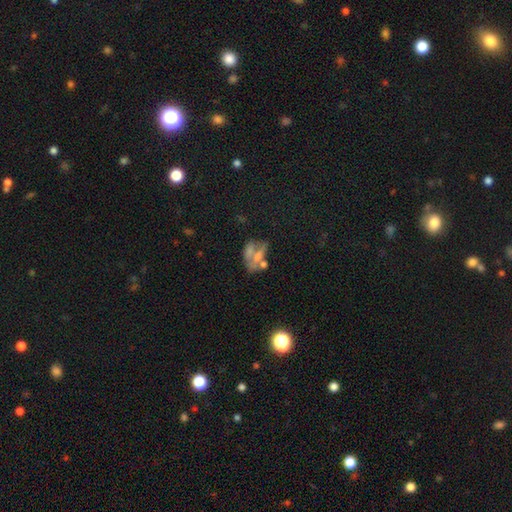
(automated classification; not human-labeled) Overall: smooth (45%; featured or disk 39%). Merging: merger (36%; none 27%).